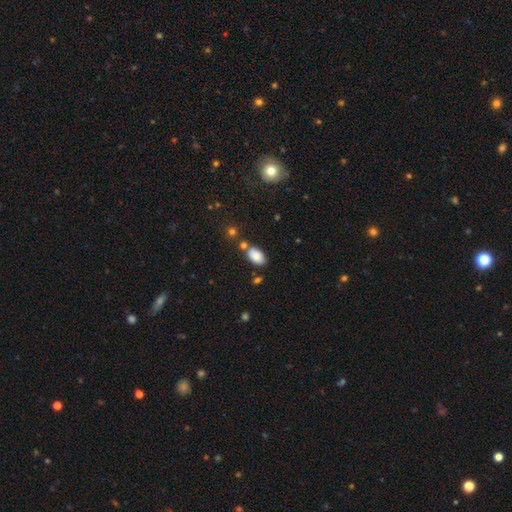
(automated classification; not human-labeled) This appears to be a smooth galaxy with no disk features (84%) that is in between round and cigar-shaped (93%). Merging: none (72%).